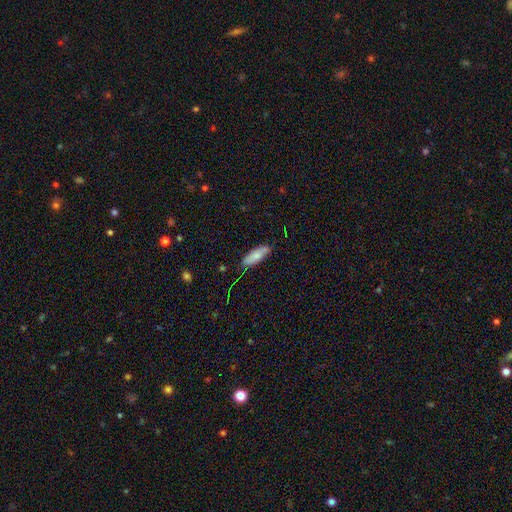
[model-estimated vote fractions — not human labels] Morphology: type=smooth (78%); roundness=in between (54%); merging=none (83%).